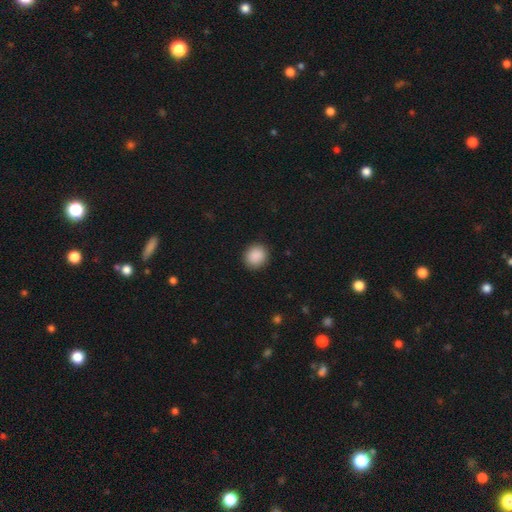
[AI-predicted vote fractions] smooth_or_featured: smooth (p=0.90) [alt: star or artifact p=0.07]
how_rounded: round (p=0.83) [alt: in between p=0.17]
merging: none (p=0.90) [alt: minor disturbance p=0.07]